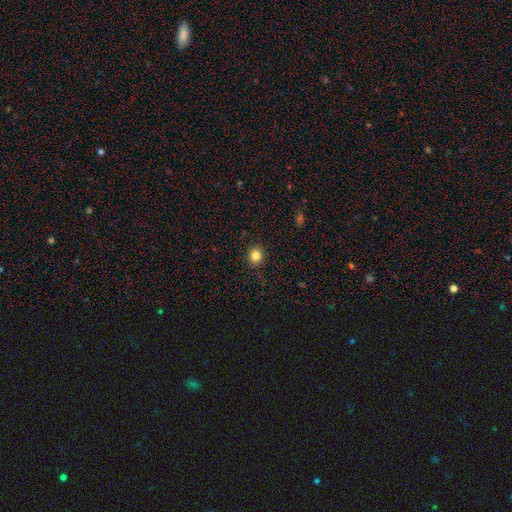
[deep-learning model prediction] smooth-or-featured: smooth: 84% | star or artifact: 12% | featured or disk: 5%
  how-rounded: round: 85% | in between: 14% | cigar-shaped: 1%
  merging: none: 90% | minor disturbance: 7% | major disturbance: 2% | merger: 1%